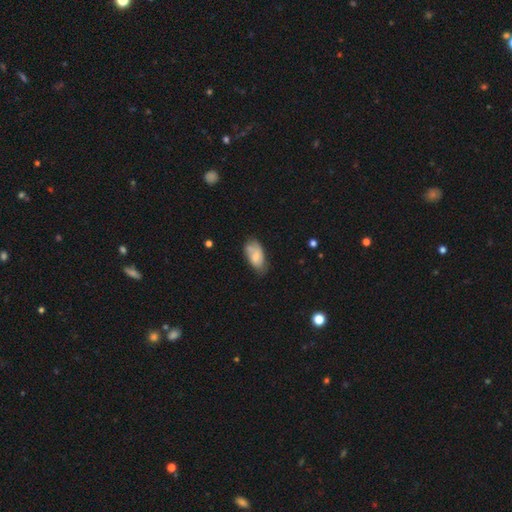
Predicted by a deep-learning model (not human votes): Q: Smooth or featured?
A: smooth (67%); runner-up: featured or disk (26%)
Q: How rounded?
A: in between (92%); runner-up: cigar-shaped (5%)
Q: Merging?
A: none (52%); runner-up: minor disturbance (33%)